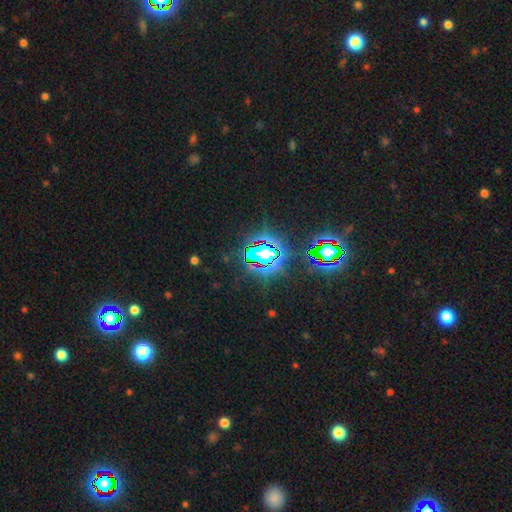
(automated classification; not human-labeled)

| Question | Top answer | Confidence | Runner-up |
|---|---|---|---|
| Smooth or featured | star or artifact | 84% | smooth (10%) |